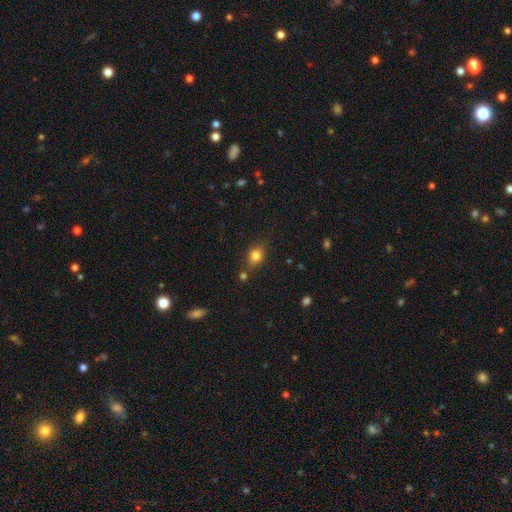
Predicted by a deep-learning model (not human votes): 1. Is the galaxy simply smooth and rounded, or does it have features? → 80% smooth, 12% star or artifact, 8% featured or disk.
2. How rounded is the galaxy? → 59% round, 40% in between, 2% cigar-shaped.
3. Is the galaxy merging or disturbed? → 72% none, 16% minor disturbance, 8% merger, 5% major disturbance.